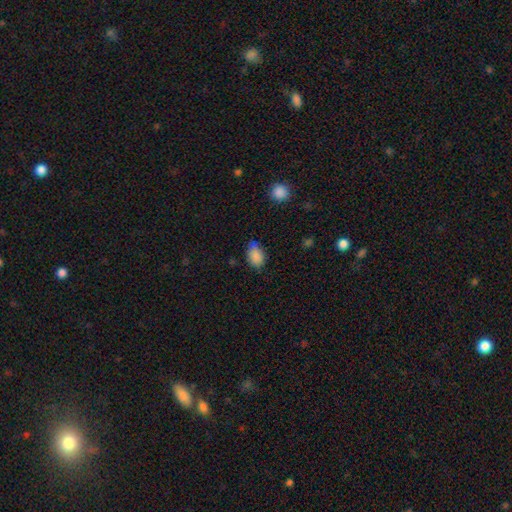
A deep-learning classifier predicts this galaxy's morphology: type=smooth (85%); roundness=in between (85%); merging=none (46%).